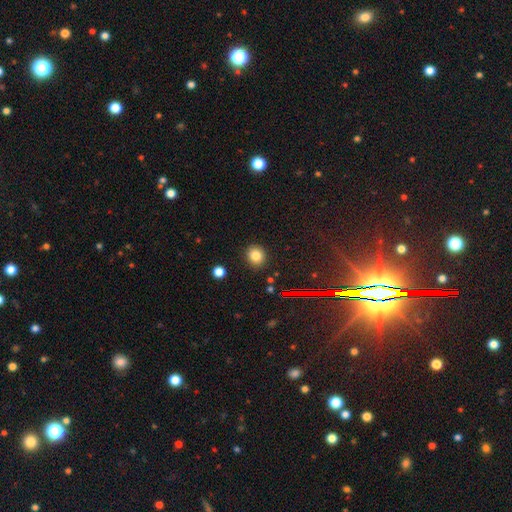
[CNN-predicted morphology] The model was most divided on "how rounded": round: 73%, in between: 26%, cigar-shaped: 1%. More confident: merging — none (89%); smooth or featured — smooth (81%).